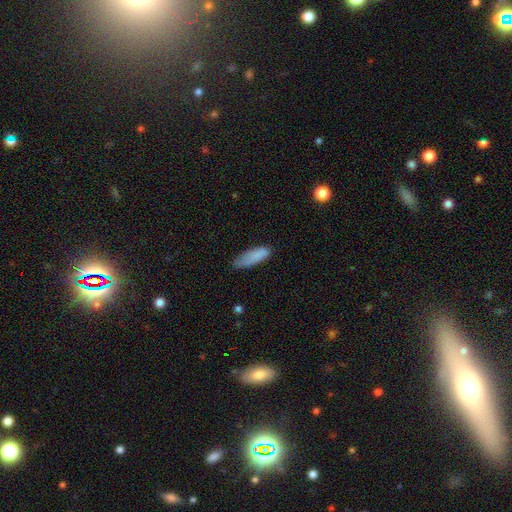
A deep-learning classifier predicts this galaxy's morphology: Q: Smooth or featured?
A: smooth (84%); runner-up: featured or disk (9%)
Q: How rounded?
A: in between (51%); runner-up: cigar-shaped (47%)
Q: Merging?
A: none (58%); runner-up: minor disturbance (32%)